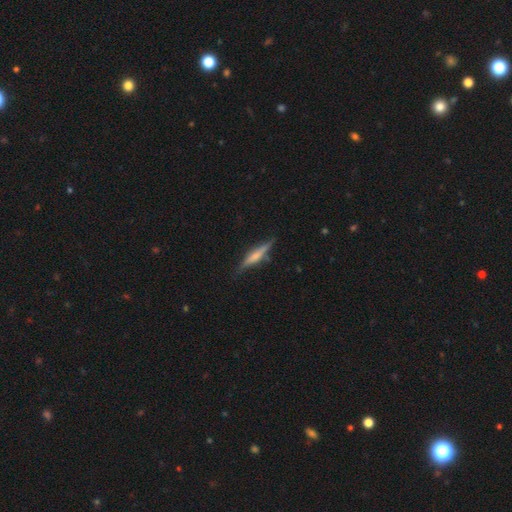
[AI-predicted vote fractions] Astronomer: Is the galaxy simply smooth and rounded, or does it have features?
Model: featured or disk — 49% (runner-up: smooth, 44%).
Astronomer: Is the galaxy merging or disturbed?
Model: none — 80%.